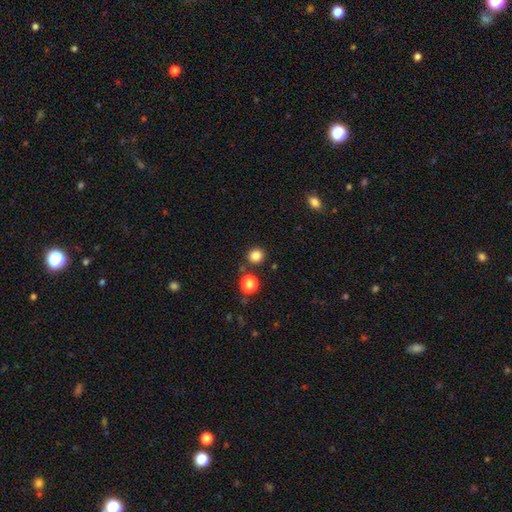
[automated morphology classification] A smooth galaxy with no disk features (84%) that is round (89%).

Vote fractions:
- Smooth or featured? smooth: 84% / star or artifact: 12% / featured or disk: 4%
- How rounded? round: 89% / in between: 10% / cigar-shaped: 1%
- Merging? none: 86% / minor disturbance: 7% / merger: 6% / major disturbance: 2%